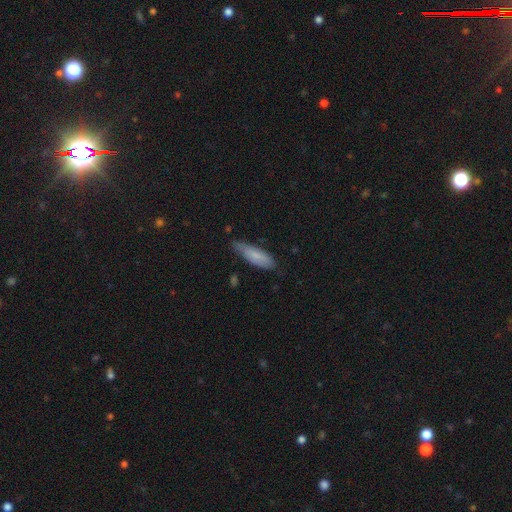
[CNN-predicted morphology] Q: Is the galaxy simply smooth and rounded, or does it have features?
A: smooth — 77%.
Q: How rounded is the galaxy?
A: in between — 51%.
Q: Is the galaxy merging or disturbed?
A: none — 61%.